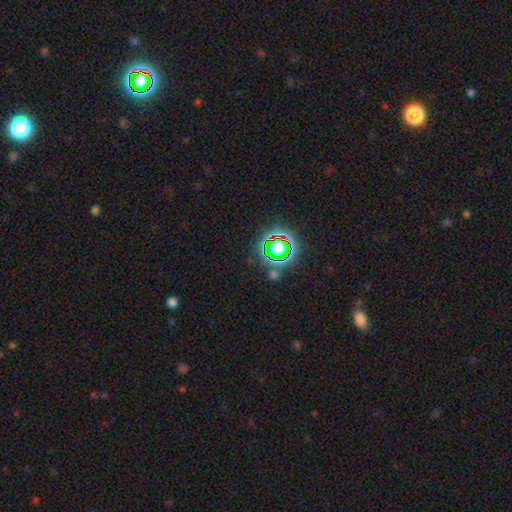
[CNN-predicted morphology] smooth_or_featured: star or artifact (p=0.73) [alt: smooth p=0.19]